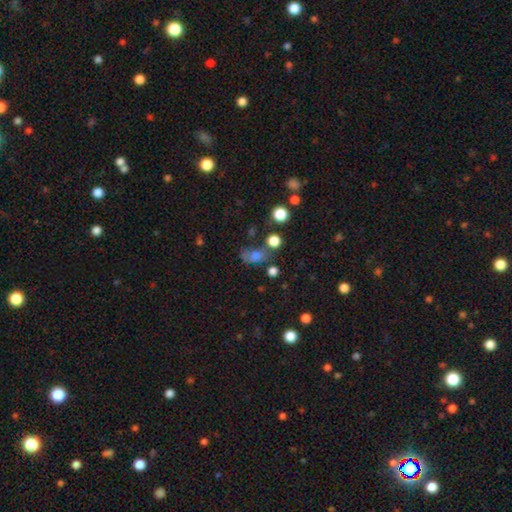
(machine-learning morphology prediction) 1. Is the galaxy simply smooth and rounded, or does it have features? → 70% smooth, 17% star or artifact, 14% featured or disk.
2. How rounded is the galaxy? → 68% in between, 29% round, 3% cigar-shaped.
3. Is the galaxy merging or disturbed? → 45% none, 23% minor disturbance, 16% major disturbance, 15% merger.